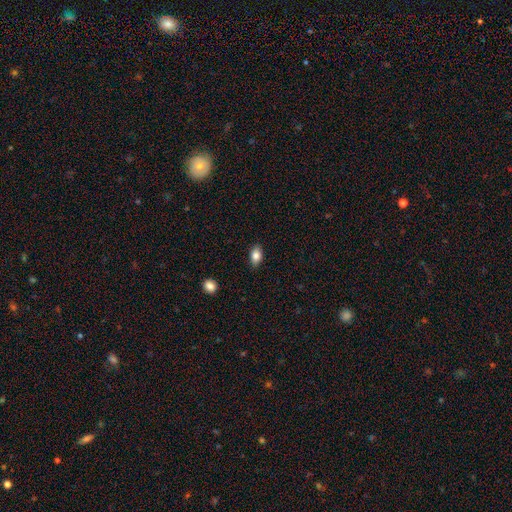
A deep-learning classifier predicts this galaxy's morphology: Overall: smooth (81%). How rounded: in between (87%). Merging: none (85%).